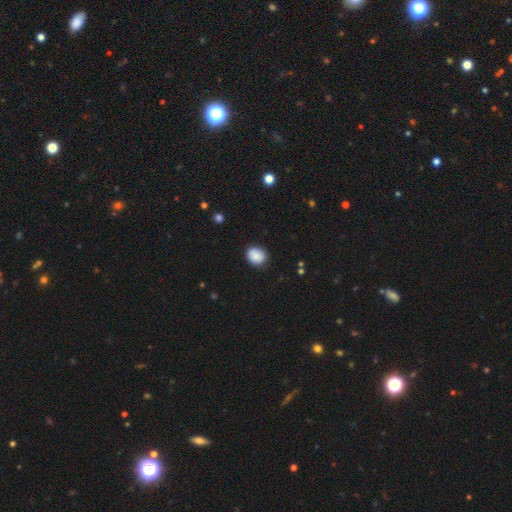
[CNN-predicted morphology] The model was most divided on "how rounded": round: 55%, in between: 44%, cigar-shaped: 1%. More confident: smooth or featured — smooth (87%); merging — none (83%).